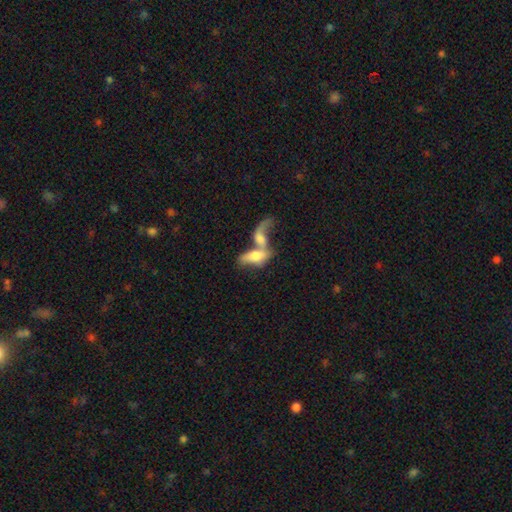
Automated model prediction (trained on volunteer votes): This is possibly a smooth galaxy (56%). How rounded: likely in between (77%). Merging: likely merger (76%).